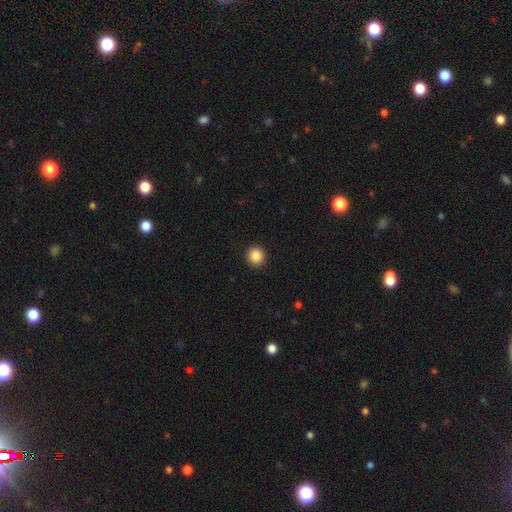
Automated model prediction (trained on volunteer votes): Overall: smooth (87%). How rounded: round (93%). Merging: none (93%).